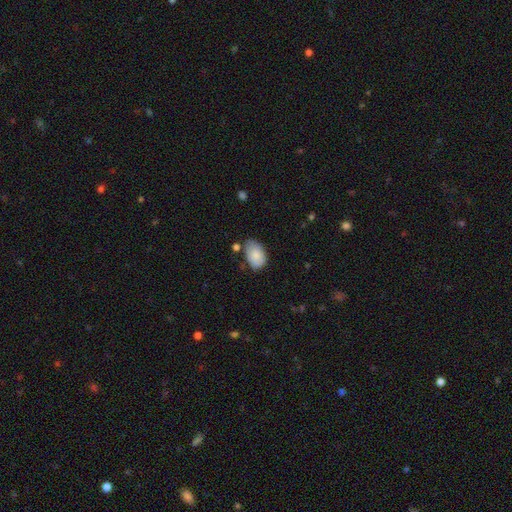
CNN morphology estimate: This is clearly a smooth galaxy (82%). How rounded: clearly in between (90%). Merging: likely none (63%).